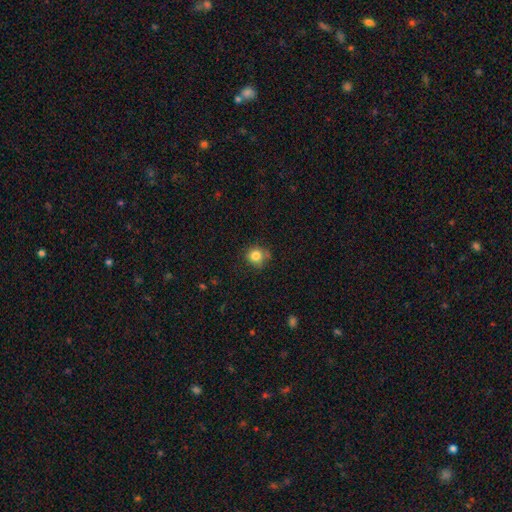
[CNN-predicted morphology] Smooth or featured: smooth — 83% (star or artifact — 11%)
How rounded: round — 87% (in between — 12%)
Merging: none — 70% (minor disturbance — 22%)